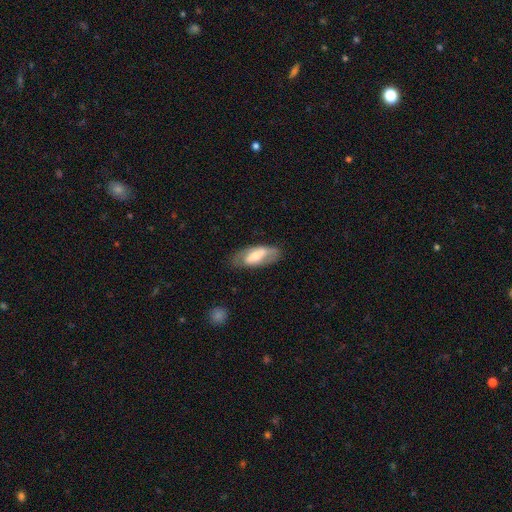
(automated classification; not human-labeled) Smooth or featured?
  - featured or disk: 51% *
  - smooth: 44%
  - star or artifact: 6%
Edge-on disk?
  - no: 83% *
  - yes: 17%
Merging?
  - none: 73% *
  - minor disturbance: 19%
  - major disturbance: 7%
  - merger: 2%